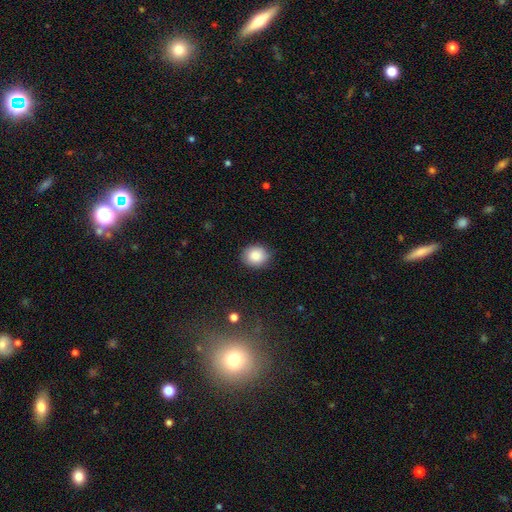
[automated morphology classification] This appears to be a smooth galaxy with no disk features (87%) that is round (77%). Merging: none (84%).